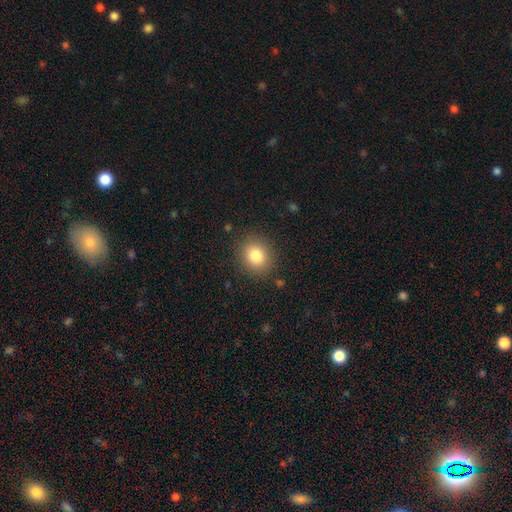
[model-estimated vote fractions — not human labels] smooth 82%, star or artifact 11%, featured or disk 8%. Down the decision tree: how rounded — round (74%); merging — none (87%).